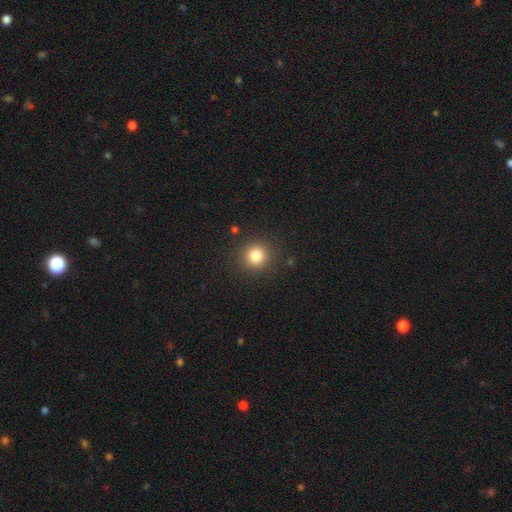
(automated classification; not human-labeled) Overall: smooth (82%). How rounded: round (92%). Merging: none (89%).